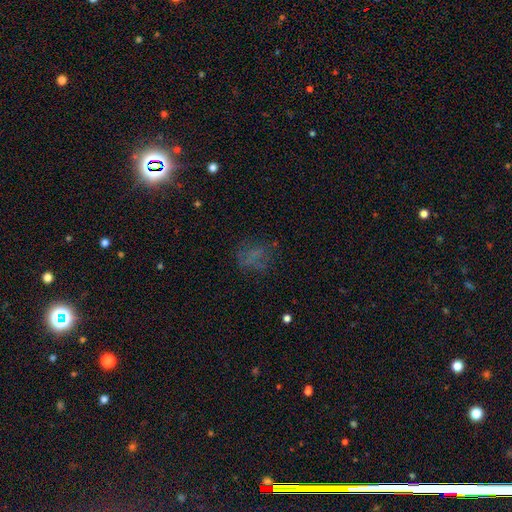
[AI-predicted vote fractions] Smooth or featured? Predicted: smooth (p=0.45). Merging? Predicted: none (p=0.62).